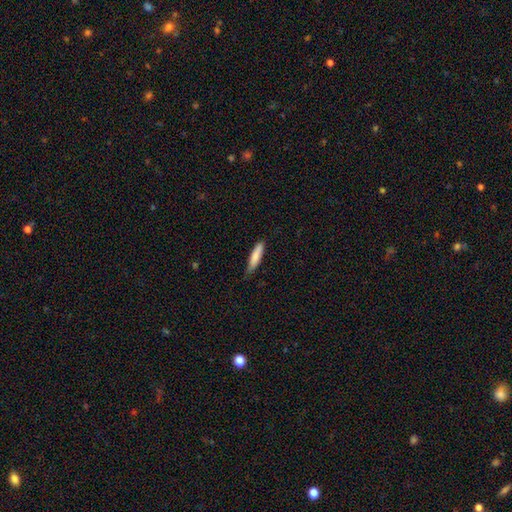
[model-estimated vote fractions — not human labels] smooth 83%, featured or disk 12%, star or artifact 6%. Down the decision tree: how rounded — cigar-shaped (78%); merging — none (73%).